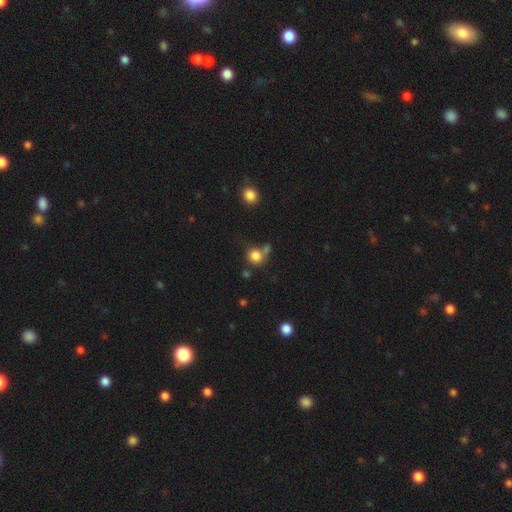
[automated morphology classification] This is clearly a smooth galaxy (81%). How rounded: clearly round (84%). Merging: possibly none (52%).